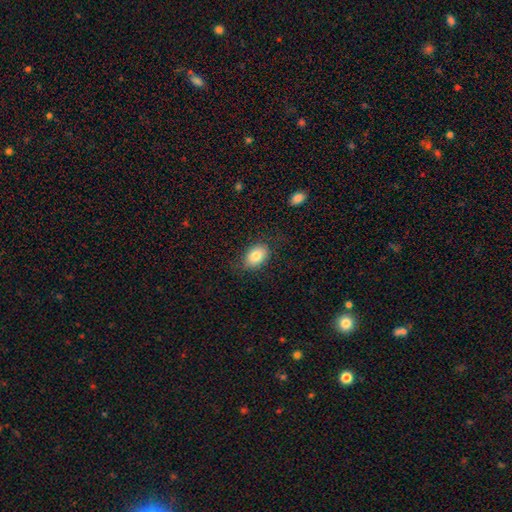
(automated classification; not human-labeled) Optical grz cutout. It shows a smooth galaxy with no disk features (82%) that is in between round and cigar-shaped (82%). Merging: none (79%).